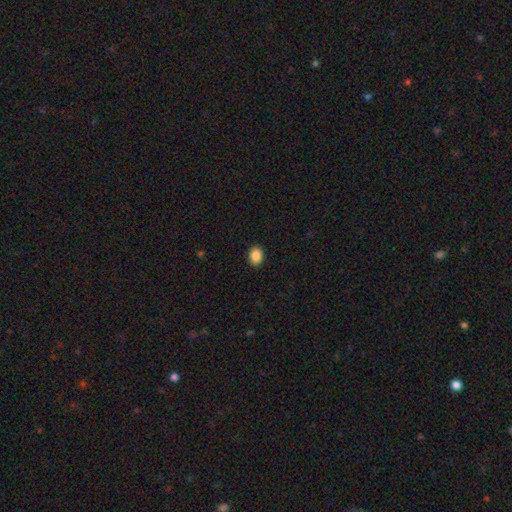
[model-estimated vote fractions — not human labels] Overall: smooth (88%). How rounded: in between (67%; round 32%). Merging: none (90%).